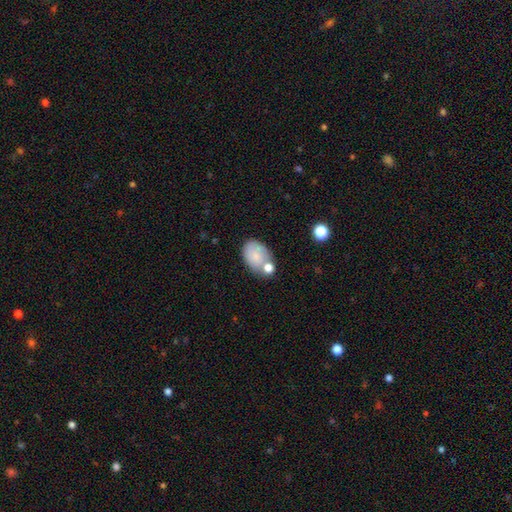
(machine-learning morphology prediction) Q: Smooth or featured?
A: smooth (75%); runner-up: featured or disk (17%)
Q: How rounded?
A: in between (84%); runner-up: round (15%)
Q: Merging?
A: none (52%); runner-up: merger (21%)